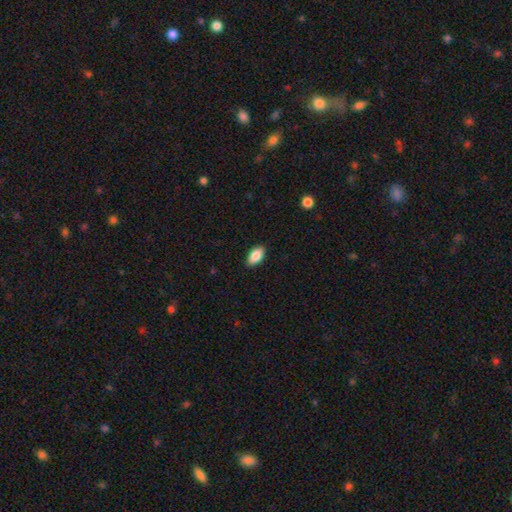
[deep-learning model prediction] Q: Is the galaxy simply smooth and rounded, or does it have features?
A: smooth — 87%.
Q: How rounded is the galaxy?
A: in between — 93%.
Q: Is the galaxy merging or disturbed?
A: none — 89%.